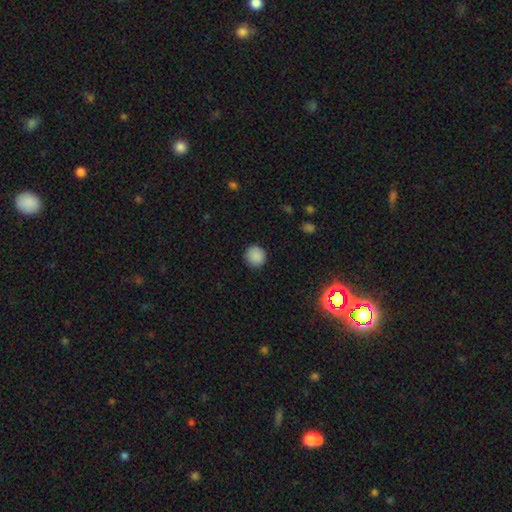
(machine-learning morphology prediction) type=smooth (88%); roundness=round (94%); merging=none (91%).